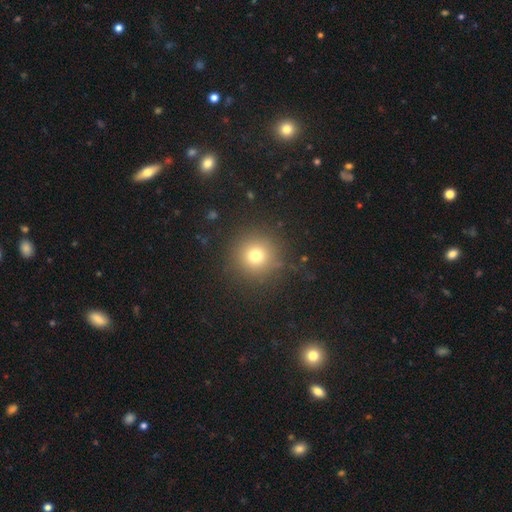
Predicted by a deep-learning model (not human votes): Smooth or featured? smooth (74%)
How rounded? round (95%)
Merging? none (88%)